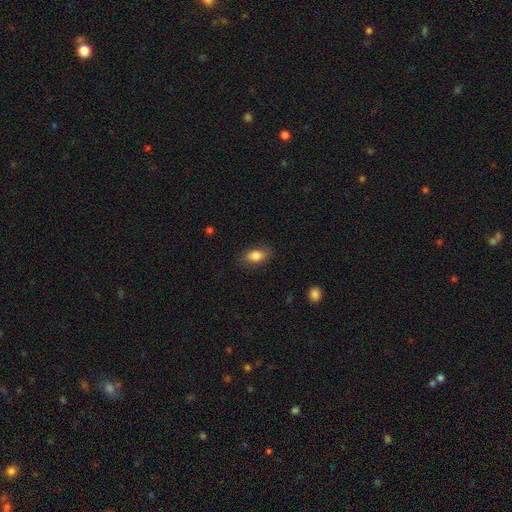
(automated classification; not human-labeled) This appears to be a smooth galaxy with no disk features (84%) that is in between round and cigar-shaped (88%). Merging: none (82%).